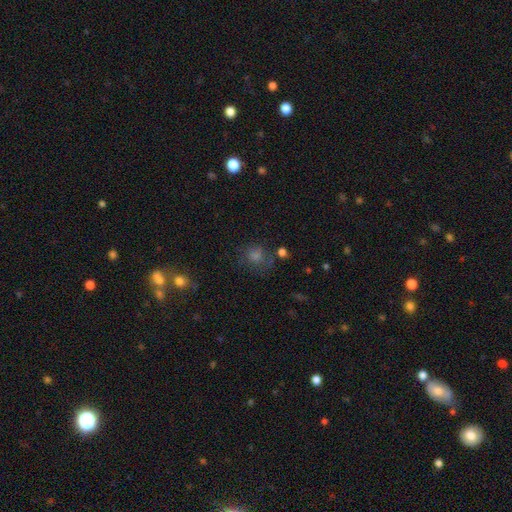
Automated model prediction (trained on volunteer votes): smooth 52%, star or artifact 32%, featured or disk 16%. Down the decision tree: how rounded — round (76%); merging — none (67%).